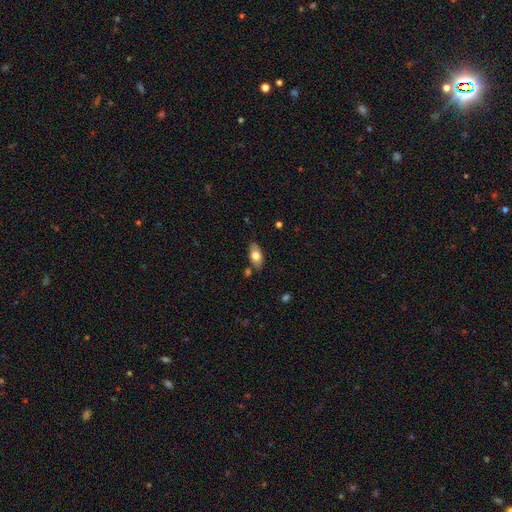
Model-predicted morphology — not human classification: smooth_or_featured: smooth (p=0.76) [alt: featured or disk p=0.17]
how_rounded: in between (p=0.90) [alt: cigar-shaped p=0.05]
merging: none (p=0.78) [alt: minor disturbance p=0.15]